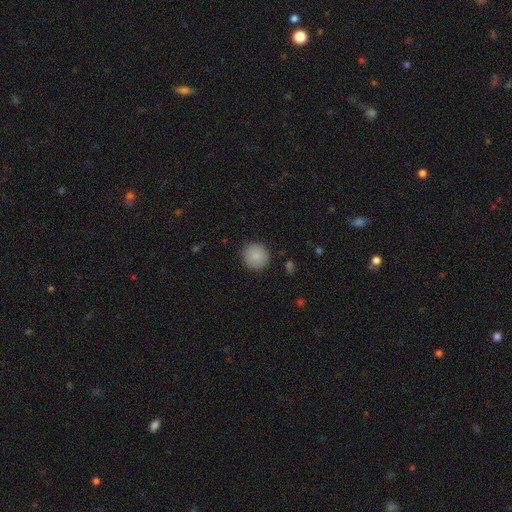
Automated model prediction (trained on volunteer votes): This is clearly a smooth galaxy (88%). How rounded: clearly round (94%). Merging: clearly none (90%).